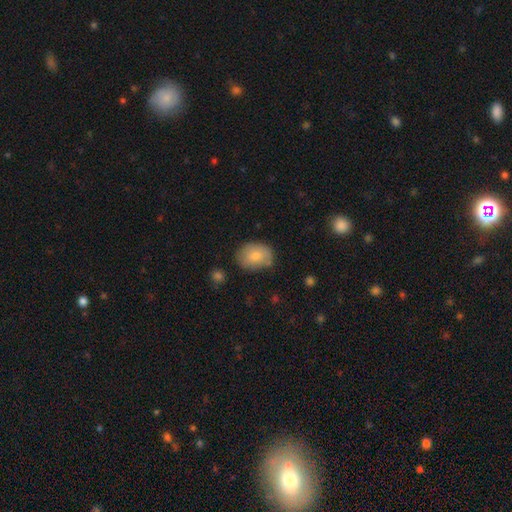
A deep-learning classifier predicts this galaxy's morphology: This is likely a smooth galaxy (79%). How rounded: likely in between (70%). Merging: likely none (74%).